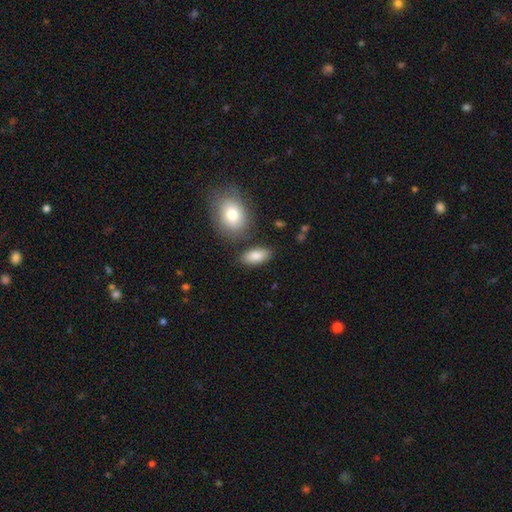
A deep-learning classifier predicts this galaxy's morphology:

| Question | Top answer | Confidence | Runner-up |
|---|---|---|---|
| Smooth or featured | smooth | 85% | featured or disk (8%) |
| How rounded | in between | 91% | cigar-shaped (5%) |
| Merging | none | 79% | minor disturbance (11%) |